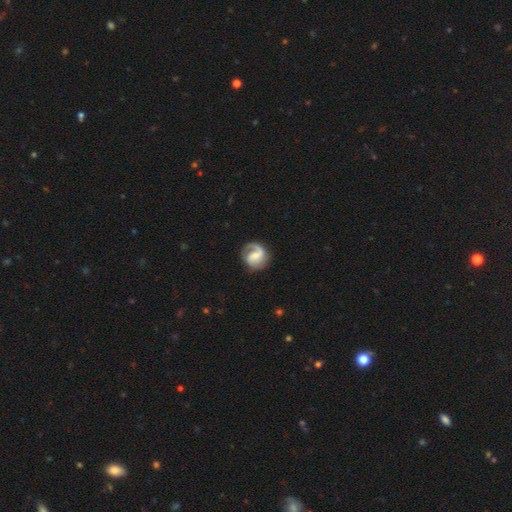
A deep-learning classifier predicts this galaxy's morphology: A featured or disk galaxy (80%) with a weak bar (48%), 2 (61%) medium (46%) spiral arms (95%) and a small central bulge (50%). Merging: none (72%).